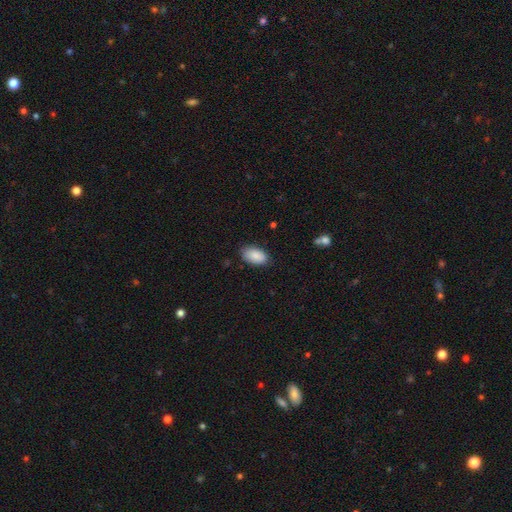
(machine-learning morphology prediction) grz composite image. It shows a smooth galaxy with no disk features (89%) that is in between round and cigar-shaped (95%). Merging: none (82%).